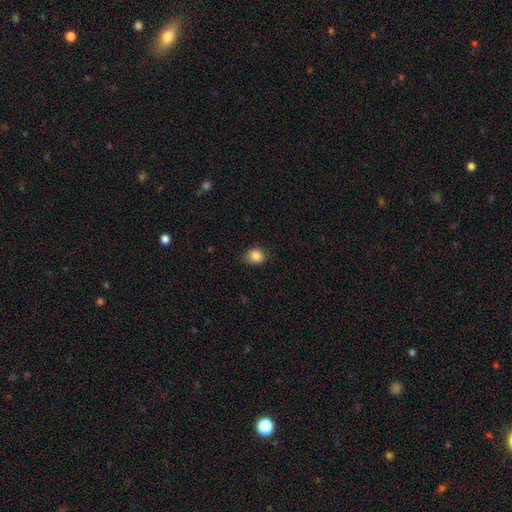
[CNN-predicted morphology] This appears to be a smooth galaxy with no disk features (85%) that is round (65%). Merging: none (77%).